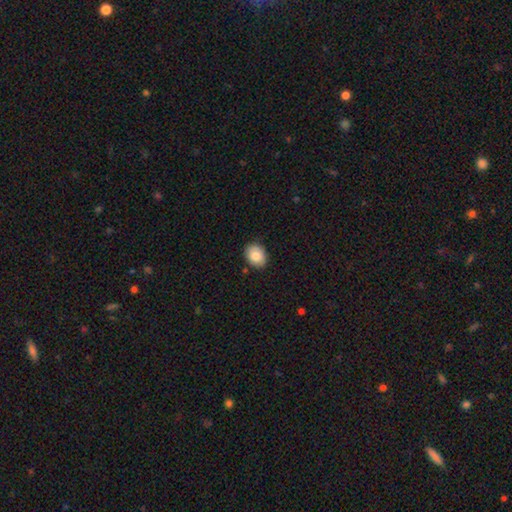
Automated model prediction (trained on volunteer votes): Q: Smooth or featured?
A: smooth (84%); runner-up: featured or disk (9%)
Q: How rounded?
A: in between (58%); runner-up: round (41%)
Q: Merging?
A: none (87%); runner-up: minor disturbance (9%)